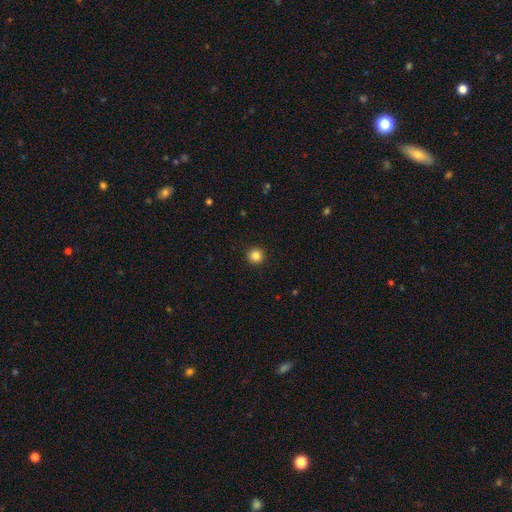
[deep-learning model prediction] The model was most divided on "smooth or featured": smooth: 85%, star or artifact: 11%, featured or disk: 4%. More confident: how rounded — round (96%); merging — none (93%).